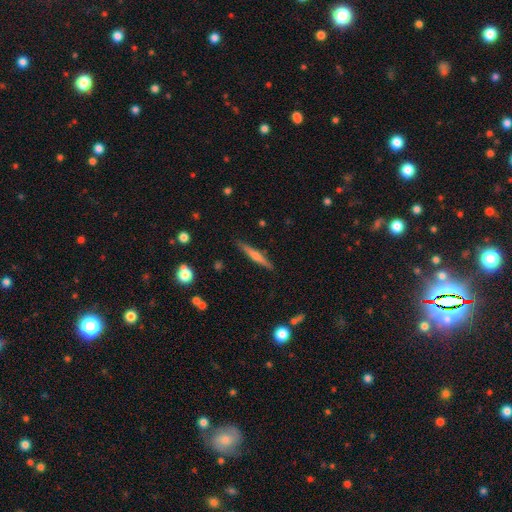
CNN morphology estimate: Smooth or featured? Predicted: featured or disk (p=0.56). Edge-on disk? Predicted: yes (p=0.97). Edge-on bulge? Predicted: rounded (p=0.69). Merging? Predicted: none (p=0.89).